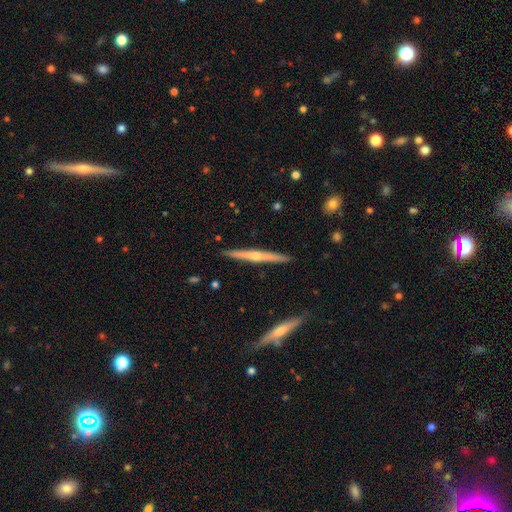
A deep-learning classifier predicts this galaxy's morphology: Smooth or featured? featured or disk (75%)
Edge-on disk? yes (98%)
Edge-on bulge? rounded (85%)
Merging? none (89%)